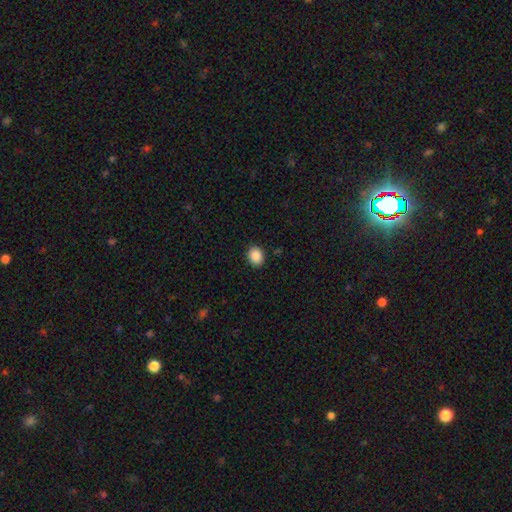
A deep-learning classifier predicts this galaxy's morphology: The model was most divided on "how rounded": round: 57%, in between: 42%, cigar-shaped: 1%. More confident: merging — none (90%); smooth or featured — smooth (88%).